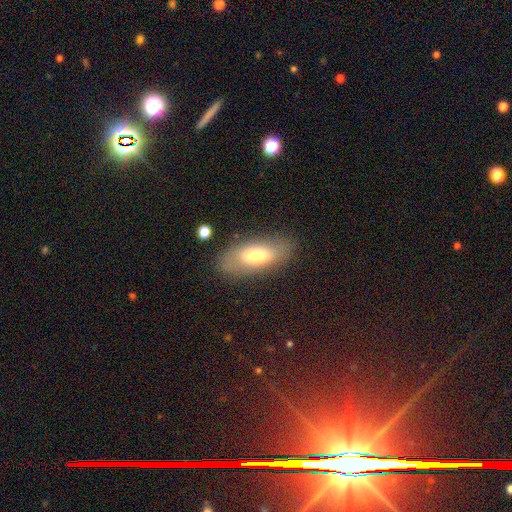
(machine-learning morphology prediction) This appears to be a smooth galaxy with no disk features (71%) that is in between round and cigar-shaped (81%). Merging: none (81%).